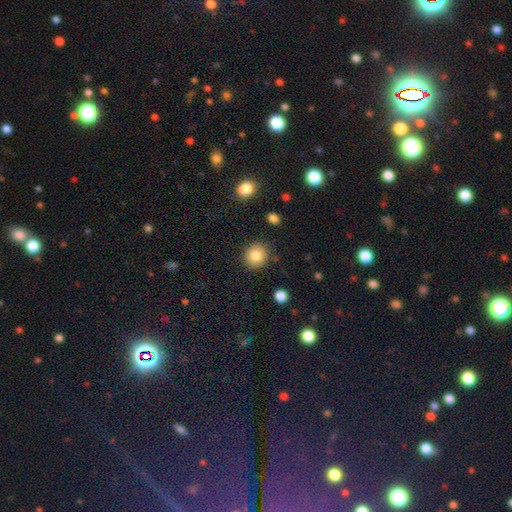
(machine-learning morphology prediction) This is clearly a smooth galaxy (86%). How rounded: clearly round (87%). Merging: clearly none (87%).